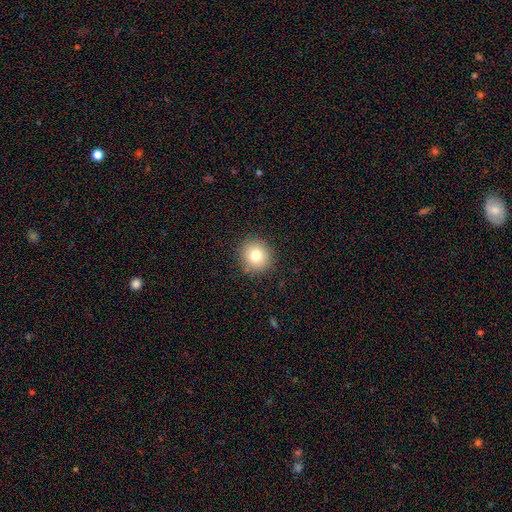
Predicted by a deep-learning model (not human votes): Smooth or featured? Predicted: smooth (p=0.77). How rounded? Predicted: round (p=0.90). Merging? Predicted: none (p=0.88).